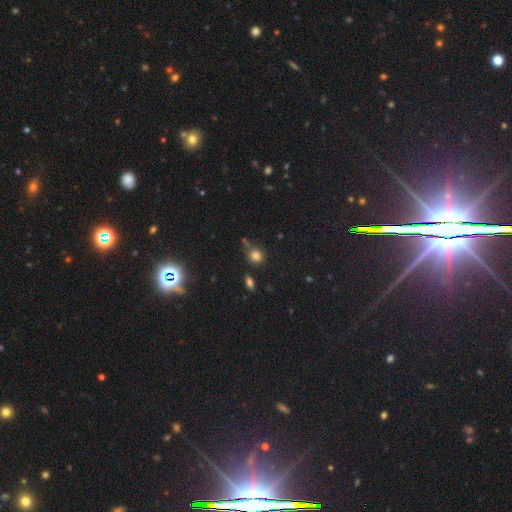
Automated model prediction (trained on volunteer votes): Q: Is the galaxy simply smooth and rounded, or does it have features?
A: smooth — 78%.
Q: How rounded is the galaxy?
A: round — 78%.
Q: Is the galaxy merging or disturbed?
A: none — 65%.